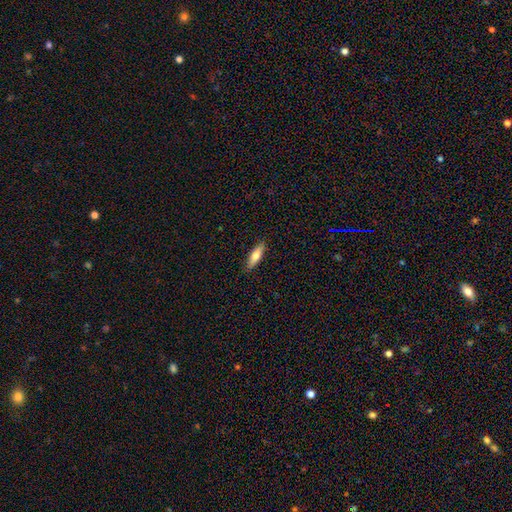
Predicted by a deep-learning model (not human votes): Smooth or featured? smooth (68%)
How rounded? cigar-shaped (55%)
Merging? none (89%)